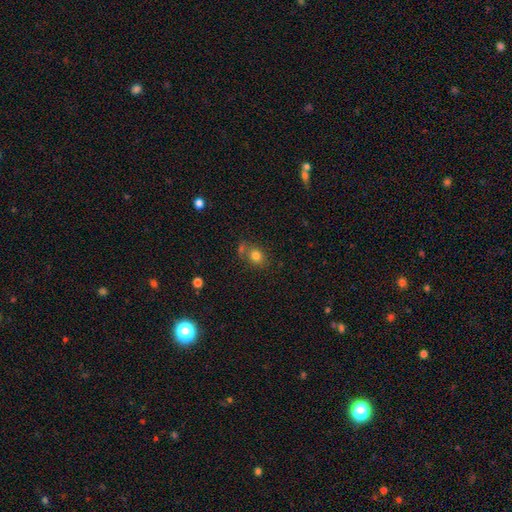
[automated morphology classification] smooth 80%, star or artifact 12%, featured or disk 9%. Down the decision tree: how rounded — round (51%); merging — none (61%).